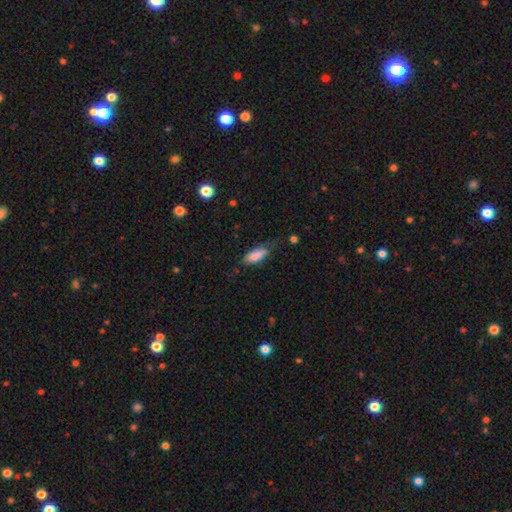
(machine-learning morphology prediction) Smooth or featured? smooth (81%)
How rounded? in between (72%)
Merging? none (50%)